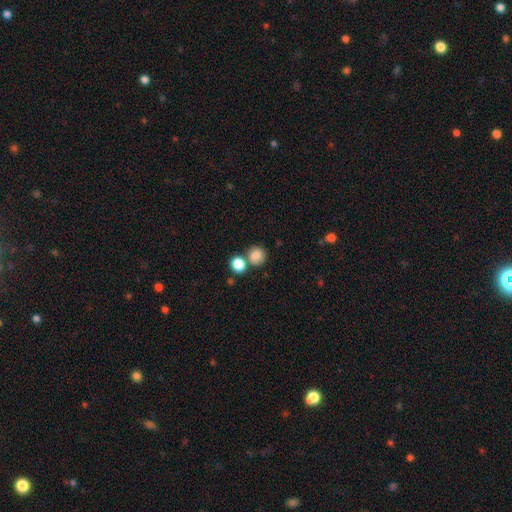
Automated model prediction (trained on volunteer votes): Q: Smooth or featured?
A: smooth (83%); runner-up: star or artifact (10%)
Q: How rounded?
A: round (85%); runner-up: in between (14%)
Q: Merging?
A: none (62%); runner-up: merger (25%)